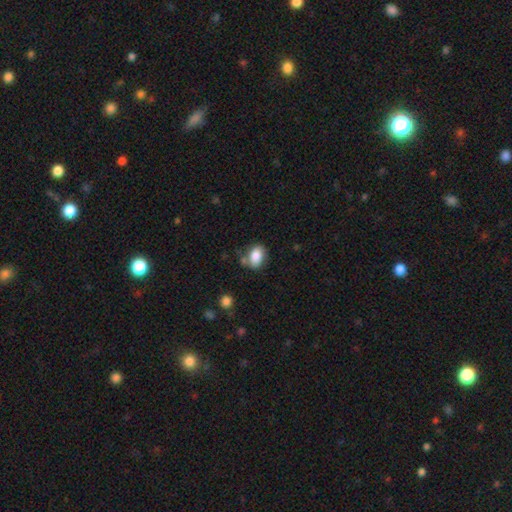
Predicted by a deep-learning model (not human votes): Smooth or featured? smooth (83%)
How rounded? in between (83%)
Merging? none (65%)